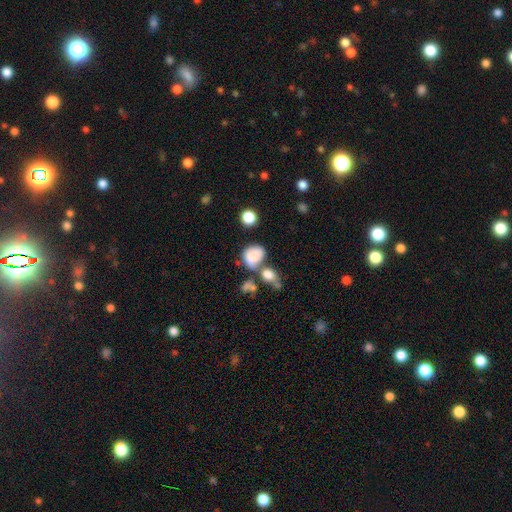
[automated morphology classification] This is likely a smooth galaxy (71%). How rounded: possibly in between (50%). Merging: marginally merger (37%).